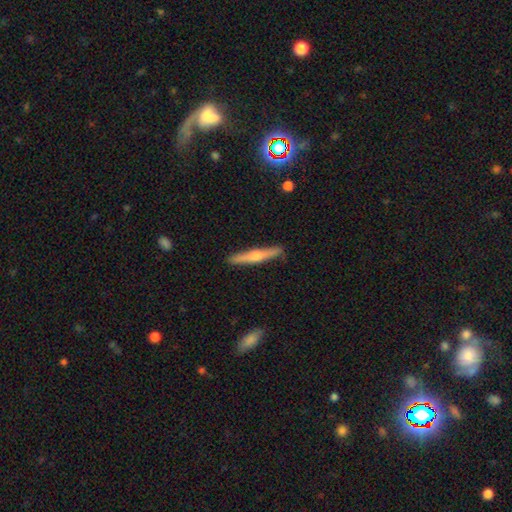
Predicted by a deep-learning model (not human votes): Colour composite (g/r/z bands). It shows a featured or disk galaxy (61%) viewed edge-on (92%) with a rounded central bulge (85%). Merging: none (86%).